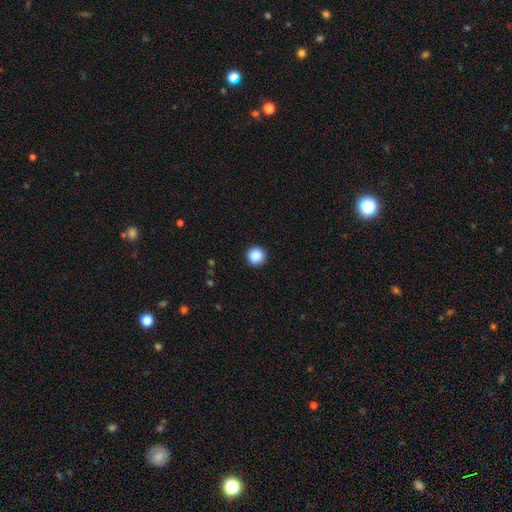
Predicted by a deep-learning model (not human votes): A smooth galaxy with no disk features (87%) that is round (95%).

Vote fractions:
- Smooth or featured? smooth: 87% / star or artifact: 9% / featured or disk: 4%
- How rounded? round: 95% / in between: 4% / cigar-shaped: 1%
- Merging? none: 92% / minor disturbance: 5% / major disturbance: 2% / merger: 1%